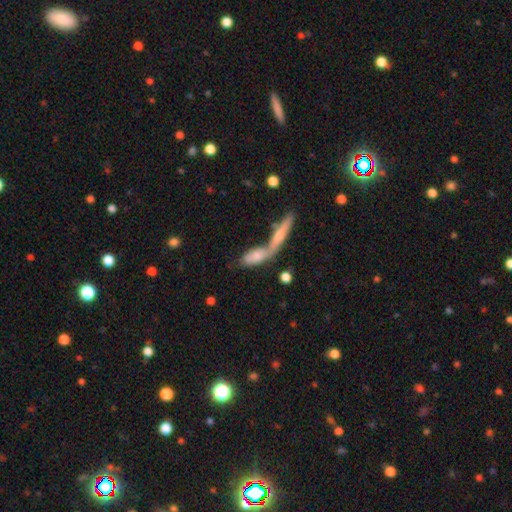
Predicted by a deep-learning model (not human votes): A smooth galaxy with no disk features (68%) that is in between round and cigar-shaped (61%). Merging: merger (53%).